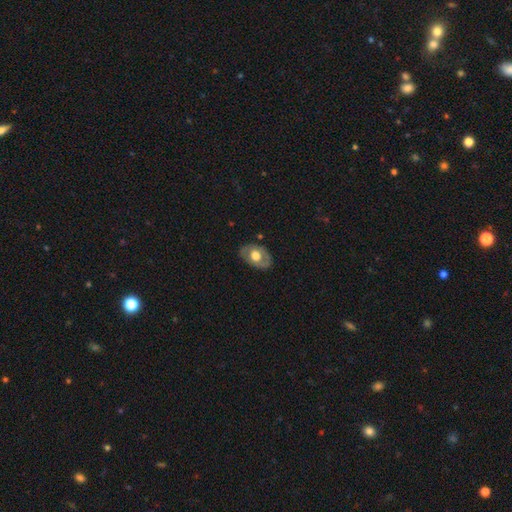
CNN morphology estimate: This appears to be a smooth galaxy with no disk features (48%). Merging: none (78%).